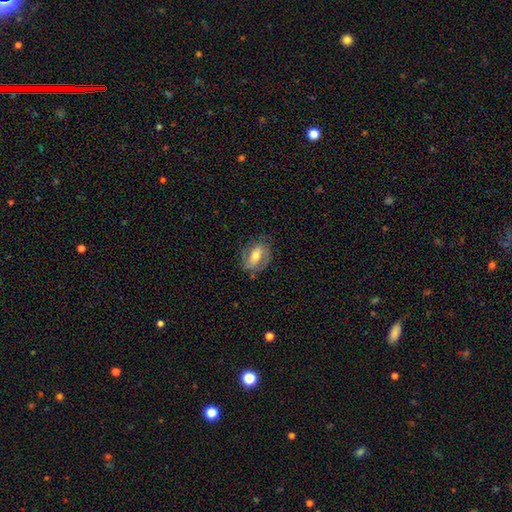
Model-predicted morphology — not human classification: type=featured or disk (53%); edge-on=no (93%); merging=none (69%).